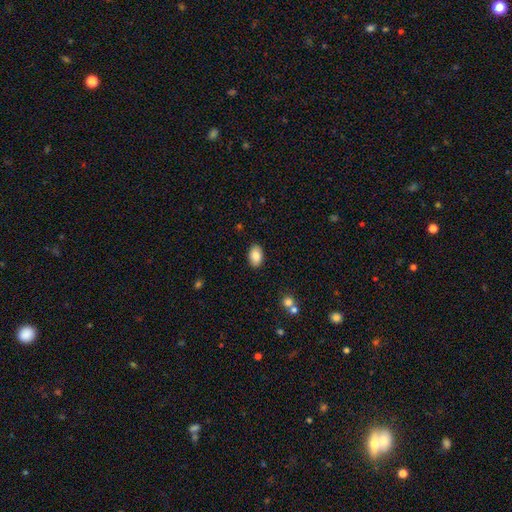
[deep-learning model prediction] This appears to be a smooth galaxy with no disk features (85%) that is in between round and cigar-shaped (90%). Merging: none (89%).